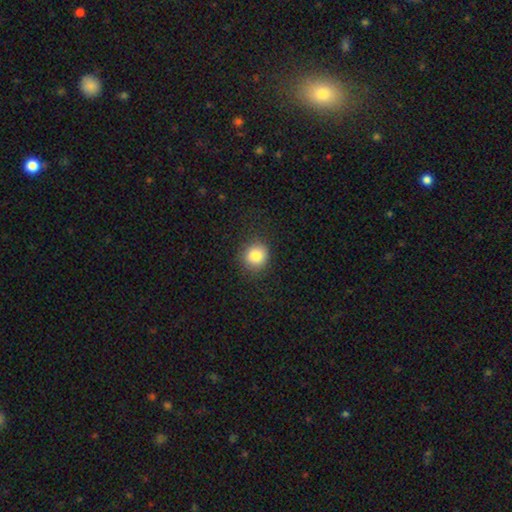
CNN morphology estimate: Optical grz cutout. It shows a smooth galaxy with no disk features (84%) that is round (88%). Merging: none (86%).